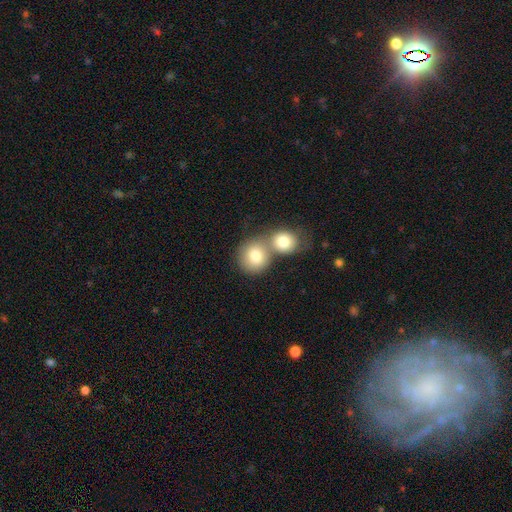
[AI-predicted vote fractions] smooth 78%, featured or disk 13%, star or artifact 8%. Down the decision tree: how rounded — round (82%); merging — merger (56%).